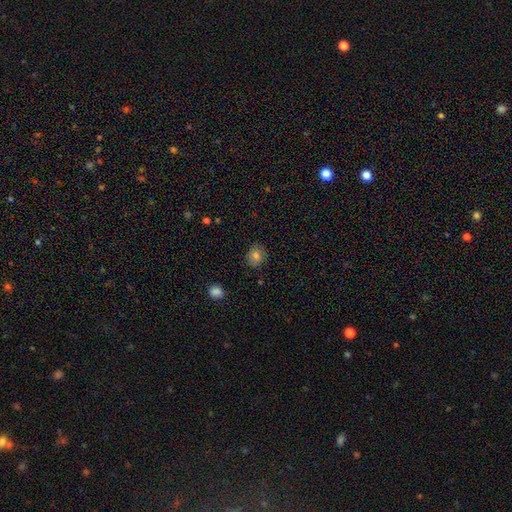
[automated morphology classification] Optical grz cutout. It shows a smooth galaxy with no disk features (79%) that is round (63%). Merging: none (81%).